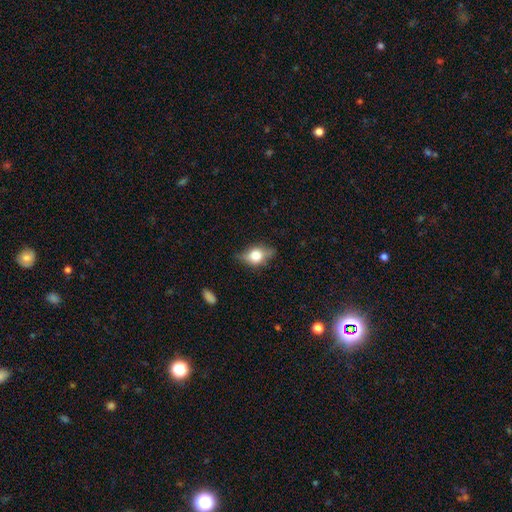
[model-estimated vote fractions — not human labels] Smooth or featured?
  - smooth: 56% *
  - featured or disk: 35%
  - star or artifact: 9%
How rounded?
  - in between: 70% *
  - round: 24%
  - cigar-shaped: 6%
Merging?
  - none: 71% *
  - minor disturbance: 22%
  - major disturbance: 6%
  - merger: 1%